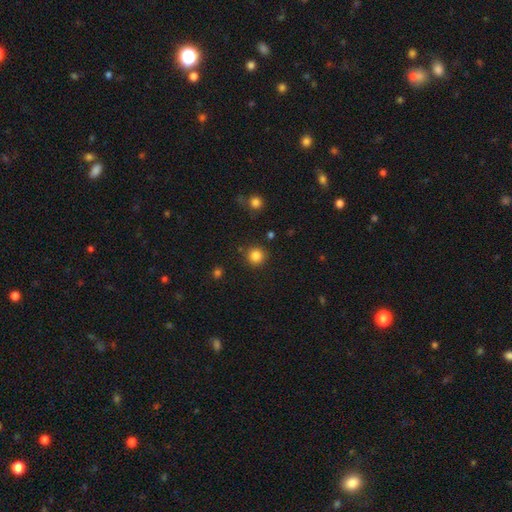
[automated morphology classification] Smooth or featured?
  - smooth: 84% *
  - star or artifact: 12%
  - featured or disk: 4%
How rounded?
  - round: 94% *
  - in between: 5%
  - cigar-shaped: 1%
Merging?
  - none: 88% *
  - minor disturbance: 6%
  - merger: 3%
  - major disturbance: 2%